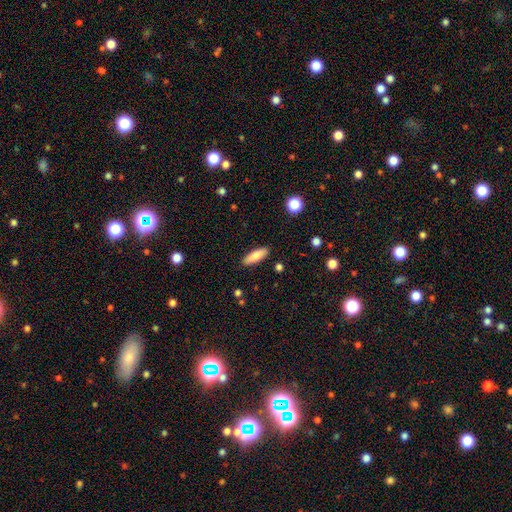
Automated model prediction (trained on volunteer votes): A smooth galaxy with no disk features (81%) that is in between round and cigar-shaped (54%). Merging: none (89%).